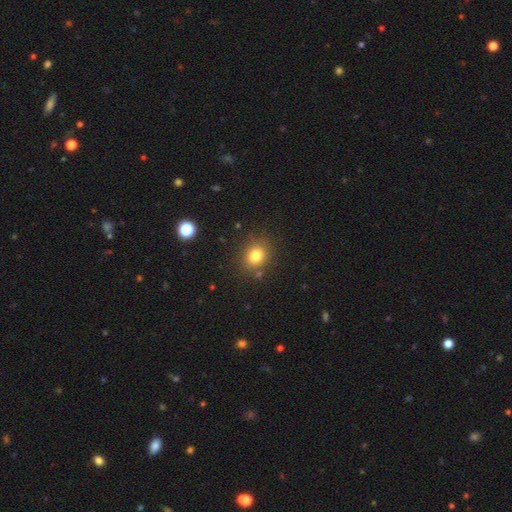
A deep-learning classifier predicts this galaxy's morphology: Smooth or featured? smooth (79%)
How rounded? round (70%)
Merging? none (82%)